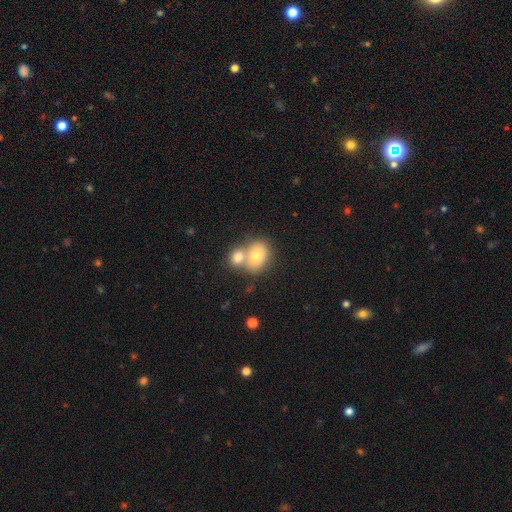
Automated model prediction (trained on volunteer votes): The model was most divided on "how rounded": in between: 55%, round: 43%, cigar-shaped: 1%. More confident: smooth or featured — smooth (74%); merging — merger (55%).